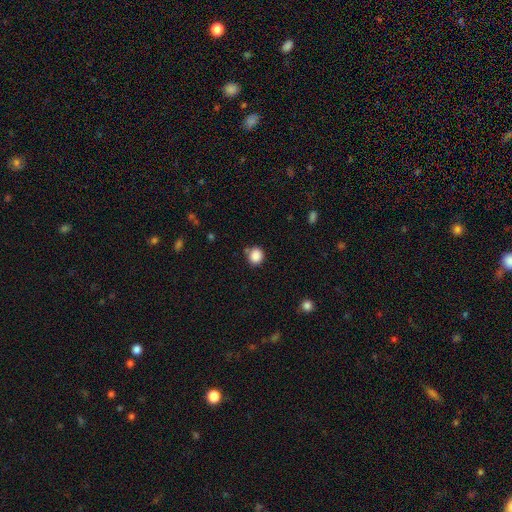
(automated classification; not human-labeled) This is clearly a smooth galaxy (87%). How rounded: clearly round (81%). Merging: likely none (76%).